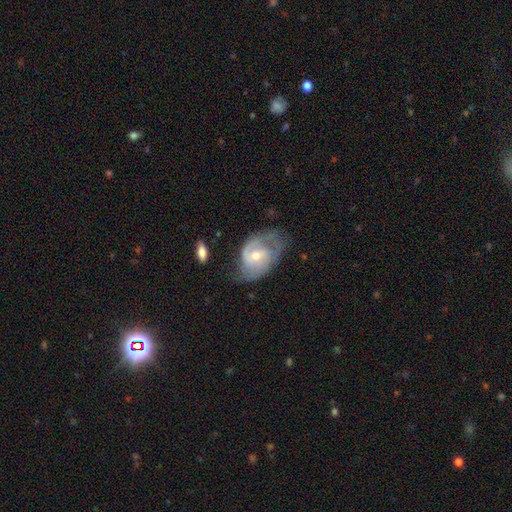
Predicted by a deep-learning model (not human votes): Overall: featured or disk (76%). Edge-on disk: no (96%). Bar: no (48%; weak 43%). Spiral arms: yes (88%). Spiral arm count: 2 (63%). Spiral winding: medium (45%; tight 30%). Bulge size: moderate (54%; small 41%). Merging: none (47%; minor disturbance 30%).